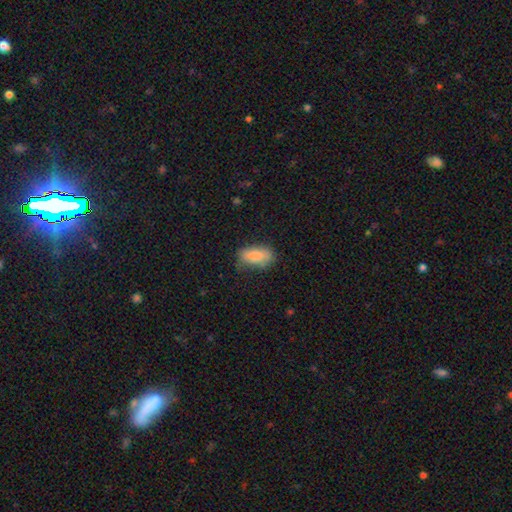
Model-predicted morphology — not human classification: This appears to be a smooth galaxy with no disk features (84%) that is in between round and cigar-shaped (87%). Merging: none (65%).